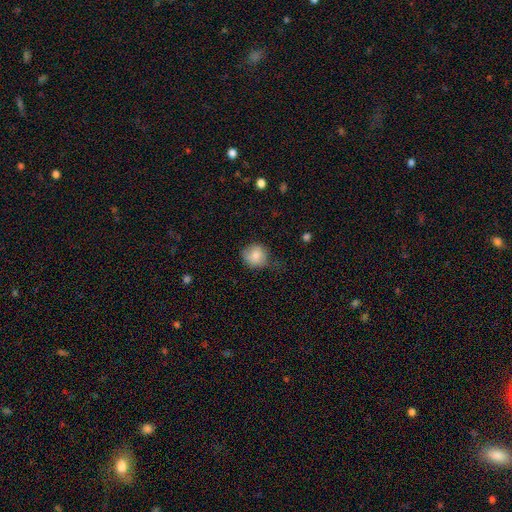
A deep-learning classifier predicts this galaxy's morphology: Smooth or featured? smooth (81%)
How rounded? round (80%)
Merging? none (61%)